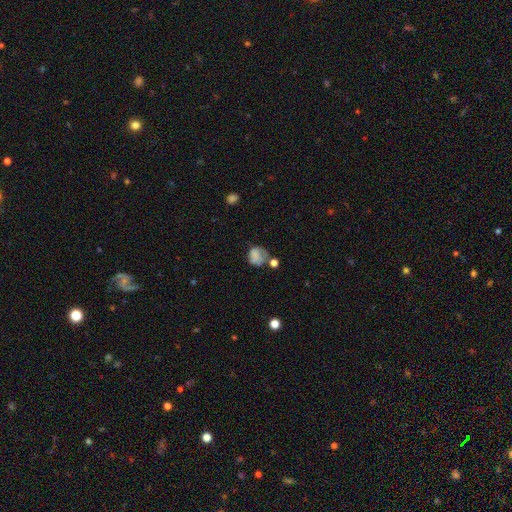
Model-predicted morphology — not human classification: Smooth or featured: smooth — 69% (featured or disk — 19%)
How rounded: round — 55% (in between — 44%)
Merging: none — 34% (minor disturbance — 27%)